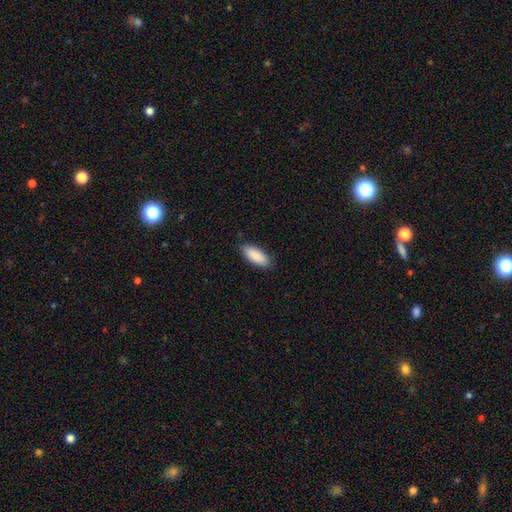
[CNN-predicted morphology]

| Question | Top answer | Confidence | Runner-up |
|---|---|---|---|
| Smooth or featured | smooth | 90% | star or artifact (6%) |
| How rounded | in between | 83% | cigar-shaped (15%) |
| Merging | none | 87% | minor disturbance (10%) |